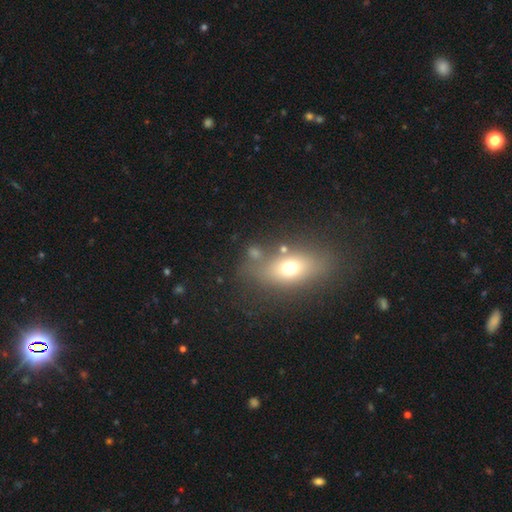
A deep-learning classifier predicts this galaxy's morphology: Smooth or featured? smooth (62%)
How rounded? in between (66%)
Merging? none (68%)